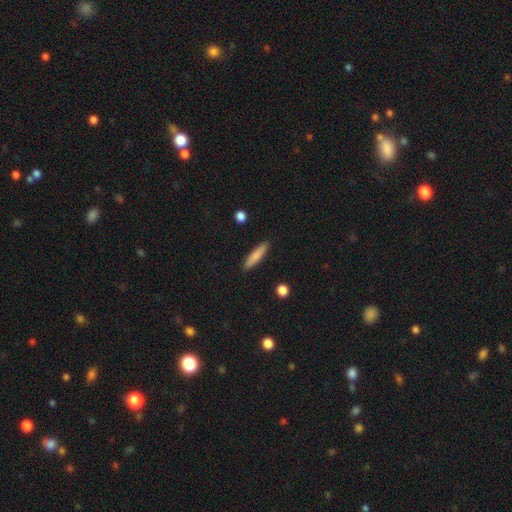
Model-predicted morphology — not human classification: type=smooth (78%); roundness=cigar-shaped (85%); merging=none (90%).